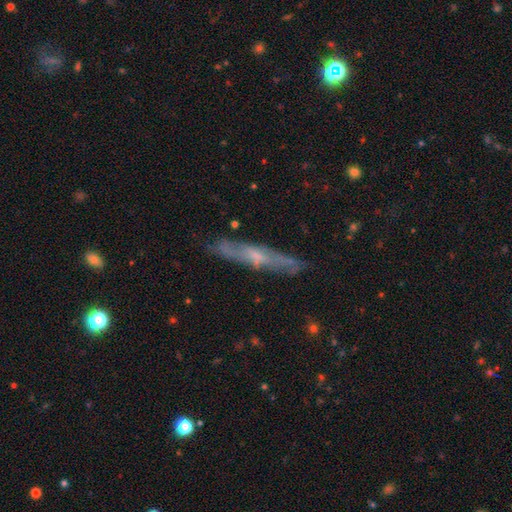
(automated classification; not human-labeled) A featured or disk galaxy (64%) viewed edge-on (81%) with a rounded central bulge (56%).

Vote fractions:
- Smooth or featured? featured or disk: 64% / smooth: 28% / star or artifact: 8%
- Edge-on disk? yes: 81% / no: 19%
- Edge-on bulge? rounded: 56% / none: 37% / boxy: 7%
- Merging? none: 83% / minor disturbance: 13% / major disturbance: 3% / merger: 1%